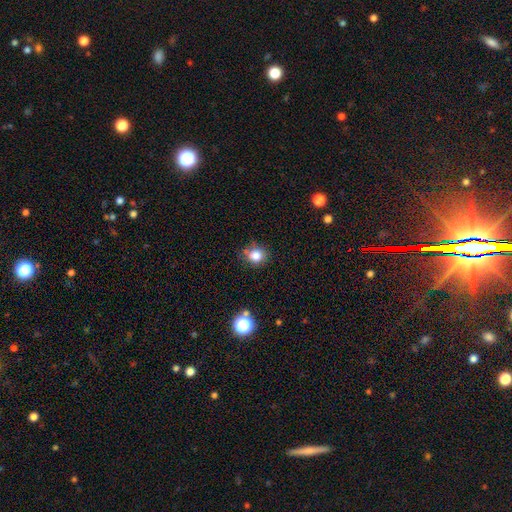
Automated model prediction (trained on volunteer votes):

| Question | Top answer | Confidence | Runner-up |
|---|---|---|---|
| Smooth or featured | smooth | 80% | star or artifact (13%) |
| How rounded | round | 76% | in between (23%) |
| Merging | none | 74% | minor disturbance (18%) |